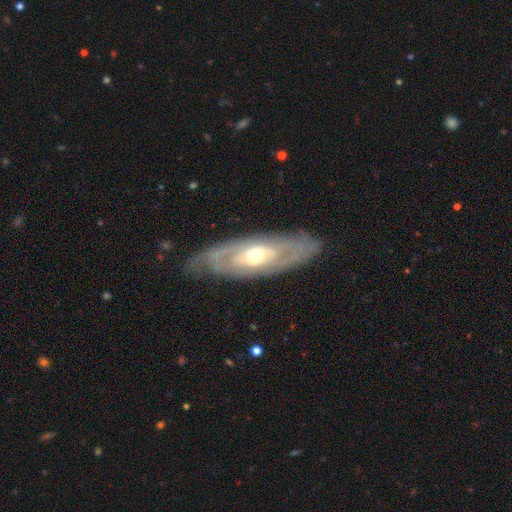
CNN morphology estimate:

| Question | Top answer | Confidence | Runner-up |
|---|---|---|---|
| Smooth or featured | featured or disk | 77% | smooth (18%) |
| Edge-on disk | no | 81% | yes (19%) |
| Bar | no | 62% | weak (28%) |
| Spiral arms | yes | 66% | no (34%) |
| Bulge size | moderate | 69% | small (20%) |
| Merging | none | 79% | minor disturbance (15%) |